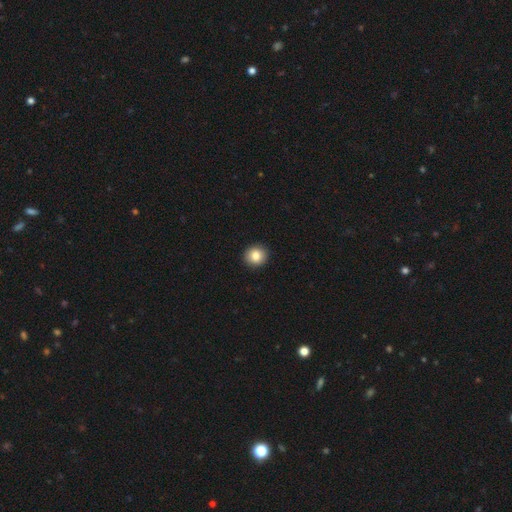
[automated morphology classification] Smooth or featured? Predicted: smooth (p=0.84). How rounded? Predicted: round (p=0.89). Merging? Predicted: none (p=0.92).